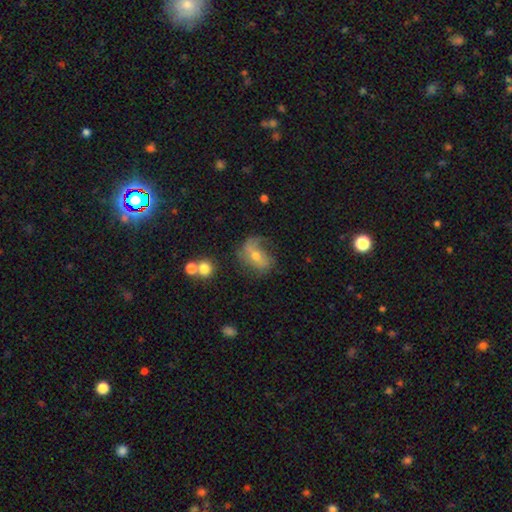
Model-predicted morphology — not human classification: Smooth or featured? featured or disk (57%)
Edge-on disk? no (93%)
Bar? no (40%)
Spiral arms? yes (74%)
Bulge size? moderate (55%)
Merging? none (42%)